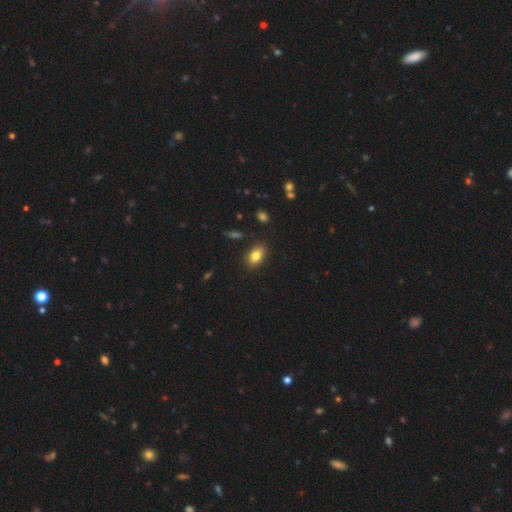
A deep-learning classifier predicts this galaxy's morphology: type=smooth (82%); roundness=in between (86%); merging=none (86%).